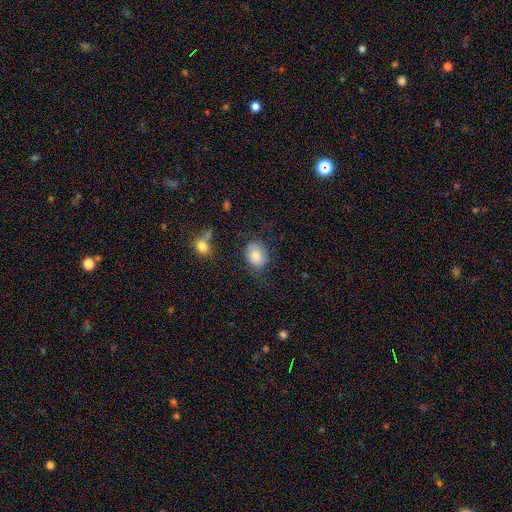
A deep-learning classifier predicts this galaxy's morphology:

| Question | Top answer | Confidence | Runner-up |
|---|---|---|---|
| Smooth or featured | smooth | 80% | featured or disk (12%) |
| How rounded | in between | 62% | round (37%) |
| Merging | none | 69% | minor disturbance (21%) |